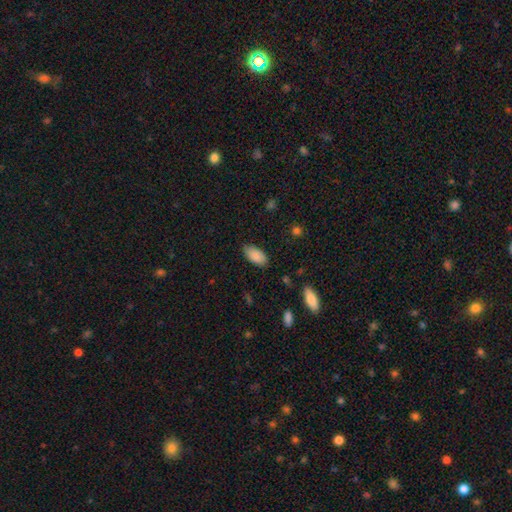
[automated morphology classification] Smooth or featured? Predicted: smooth (p=0.88). How rounded? Predicted: in between (p=0.94). Merging? Predicted: none (p=0.81).